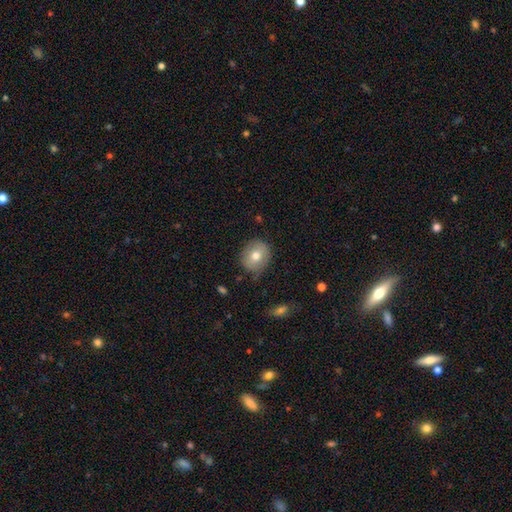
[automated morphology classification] A smooth galaxy with no disk features (71%) that is round (68%). Merging: none (80%).